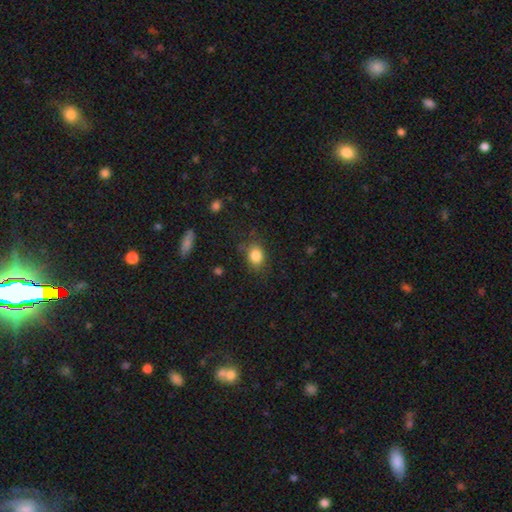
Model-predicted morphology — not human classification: Q: Smooth or featured?
A: smooth (85%); runner-up: star or artifact (9%)
Q: How rounded?
A: in between (57%); runner-up: round (42%)
Q: Merging?
A: none (76%); runner-up: minor disturbance (17%)